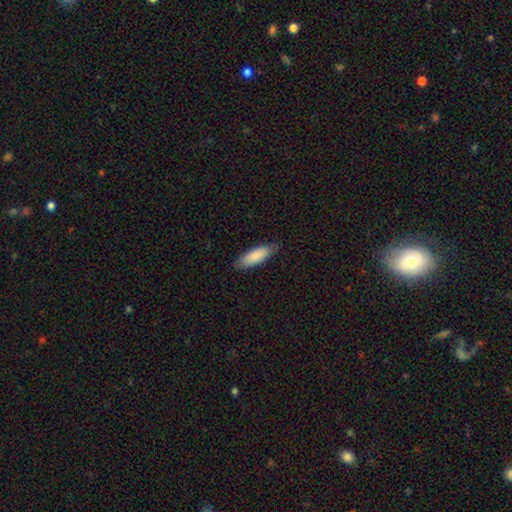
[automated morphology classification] type=smooth (85%); roundness=in between (55%); merging=none (83%).